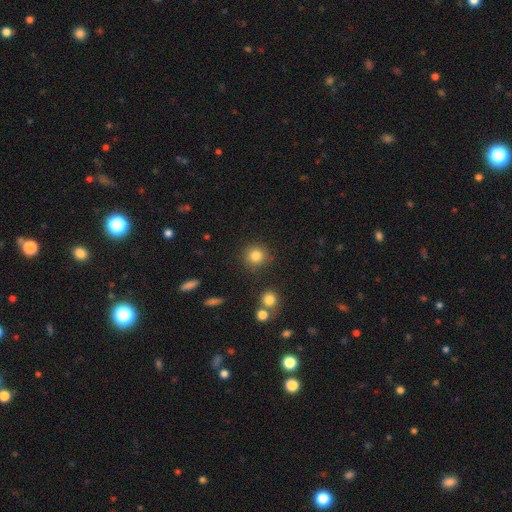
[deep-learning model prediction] Smooth or featured? smooth (82%)
How rounded? round (93%)
Merging? none (87%)